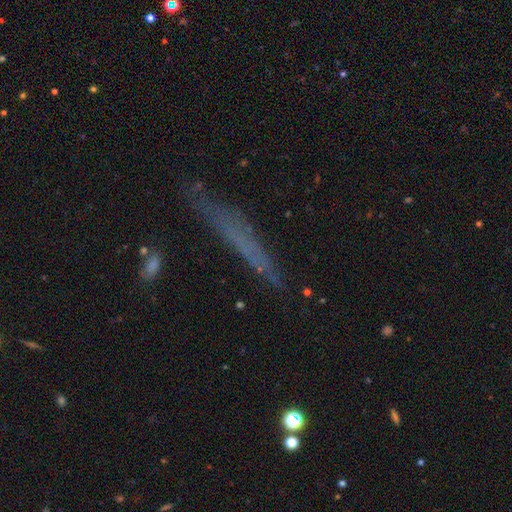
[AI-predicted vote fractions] Smooth or featured?
  - smooth: 48% *
  - featured or disk: 39%
  - star or artifact: 13%
Merging?
  - none: 72% *
  - minor disturbance: 19%
  - major disturbance: 7%
  - merger: 3%